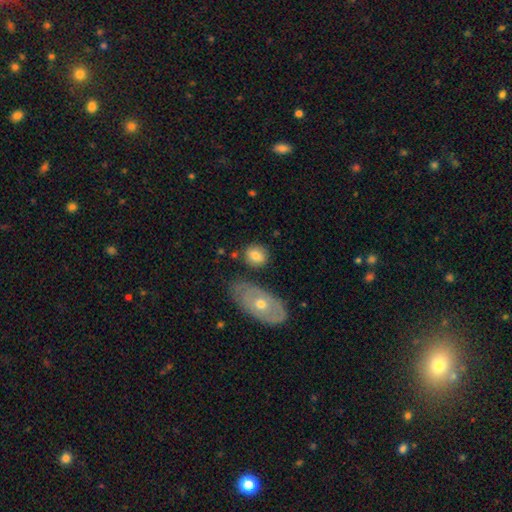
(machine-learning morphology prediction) Q: Smooth or featured?
A: smooth (75%); runner-up: featured or disk (18%)
Q: How rounded?
A: round (64%); runner-up: in between (34%)
Q: Merging?
A: none (74%); runner-up: minor disturbance (14%)